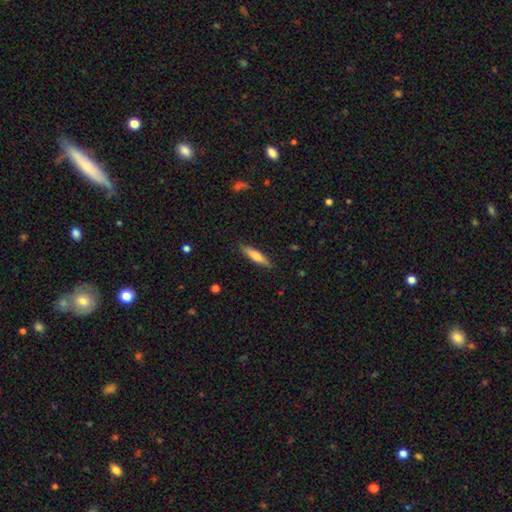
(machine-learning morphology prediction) This is likely a smooth galaxy (68%). How rounded: likely cigar-shaped (78%). Merging: clearly none (87%).